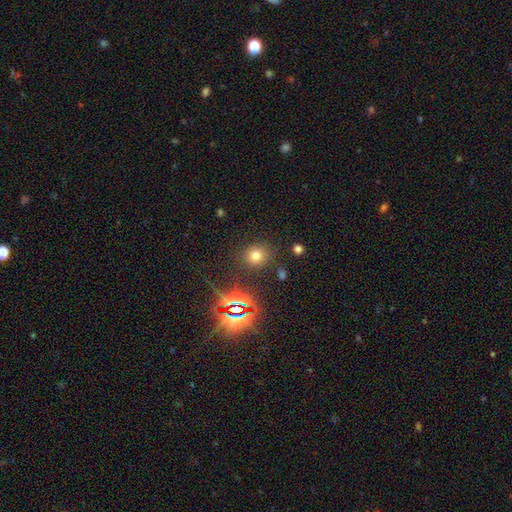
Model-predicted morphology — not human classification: This is likely a smooth galaxy (67%). How rounded: clearly round (81%). Merging: clearly none (84%).